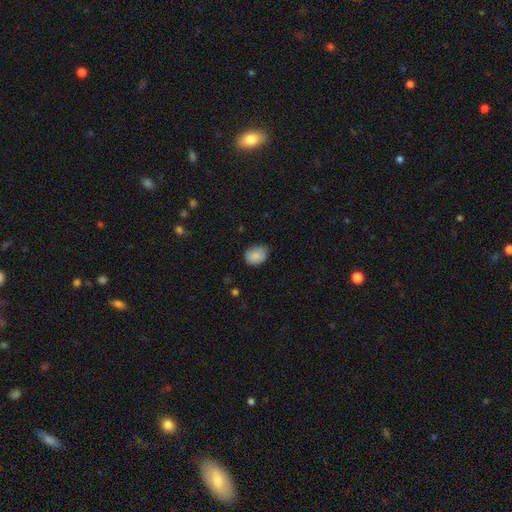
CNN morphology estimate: Smooth or featured: smooth — 86% (star or artifact — 8%)
How rounded: in between — 58% (round — 41%)
Merging: none — 68% (minor disturbance — 27%)